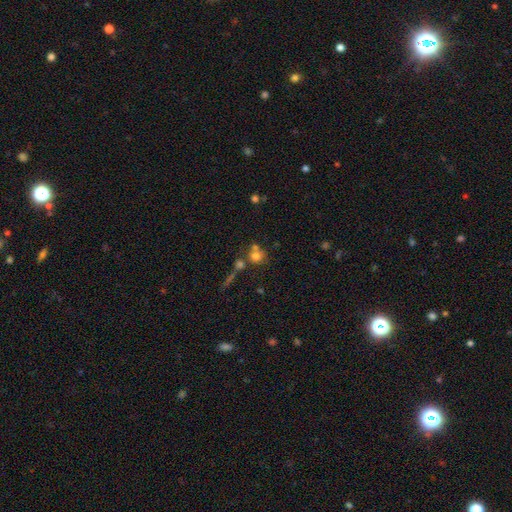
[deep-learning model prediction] The model was most divided on "merging": none: 49%, merger: 37%, minor disturbance: 9%, major disturbance: 6%. More confident: how rounded — round (85%); smooth or featured — smooth (71%).